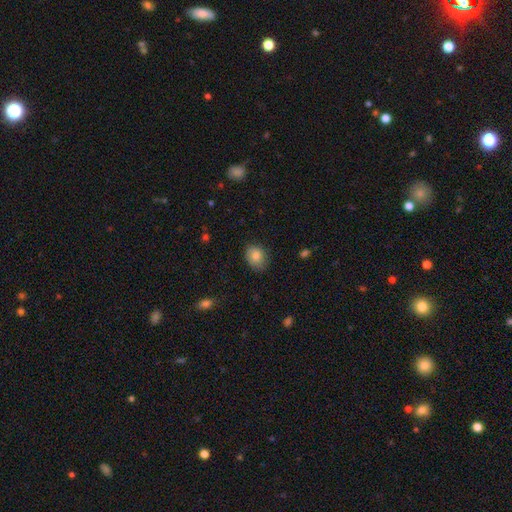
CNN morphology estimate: smooth 83%, featured or disk 8%, star or artifact 8%. Down the decision tree: how rounded — in between (52%); merging — none (77%).